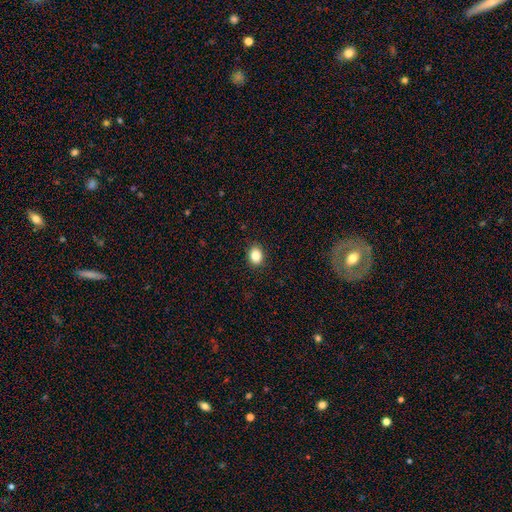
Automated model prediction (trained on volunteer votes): smooth 86%, star or artifact 10%, featured or disk 4%. Down the decision tree: how rounded — round (52%); merging — none (89%).